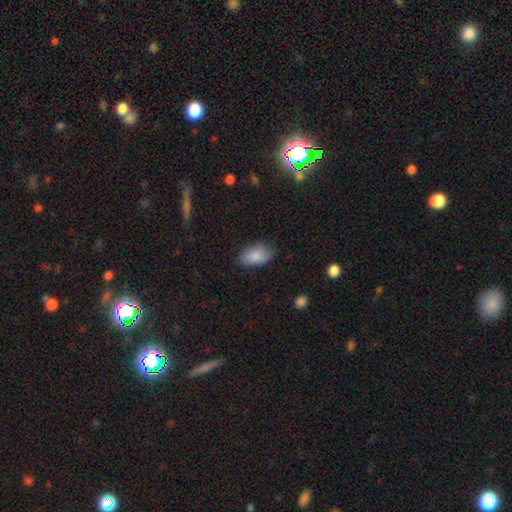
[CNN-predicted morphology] Smooth or featured? Predicted: smooth (p=0.84). How rounded? Predicted: in between (p=0.92). Merging? Predicted: none (p=0.69).